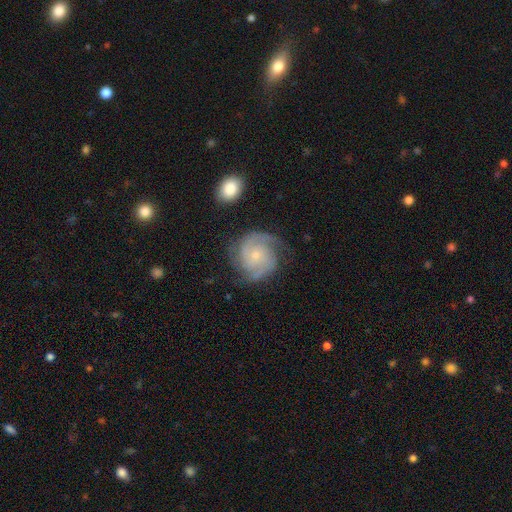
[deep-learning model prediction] Smooth or featured?
  - featured or disk: 88% *
  - smooth: 7%
  - star or artifact: 5%
Edge-on disk?
  - no: 98% *
  - yes: 2%
Bar?
  - no: 72% *
  - weak: 23%
  - strong: 5%
Spiral arms?
  - yes: 98% *
  - no: 2%
Spiral winding?
  - tight: 52% *
  - medium: 40%
  - loose: 8%
Spiral arm count?
  - 2: 57% *
  - 3: 24%
  - can't tell: 8%
  - 4: 4%
  - 1: 3%
  - more than 4: 3%
Bulge size?
  - small: 75% *
  - moderate: 20%
  - none: 3%
  - large: 1%
  - dominant: 1%
Merging?
  - none: 76% *
  - minor disturbance: 15%
  - major disturbance: 6%
  - merger: 2%